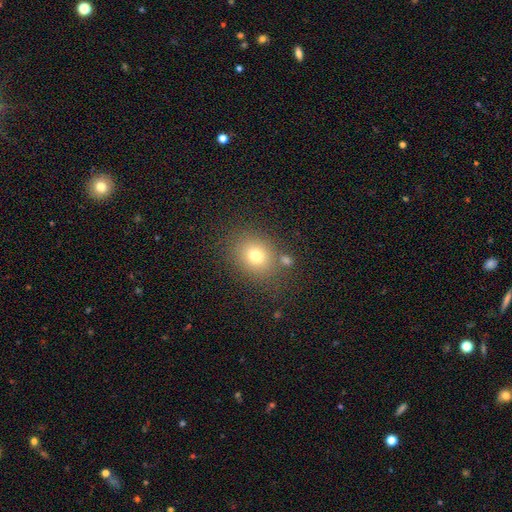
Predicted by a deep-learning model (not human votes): A smooth galaxy with no disk features (74%) that is round (65%).

Vote fractions:
- Smooth or featured? smooth: 74% / star or artifact: 15% / featured or disk: 12%
- How rounded? round: 65% / in between: 34% / cigar-shaped: 1%
- Merging? none: 76% / minor disturbance: 11% / merger: 8% / major disturbance: 4%